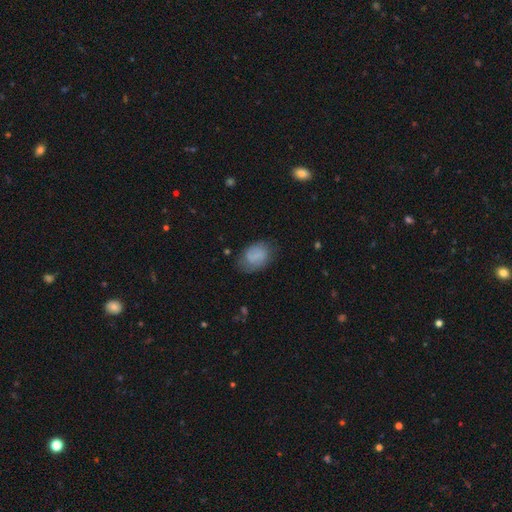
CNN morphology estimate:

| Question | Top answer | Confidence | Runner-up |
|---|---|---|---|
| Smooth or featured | smooth | 74% | featured or disk (18%) |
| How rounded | in between | 80% | round (19%) |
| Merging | none | 67% | minor disturbance (24%) |